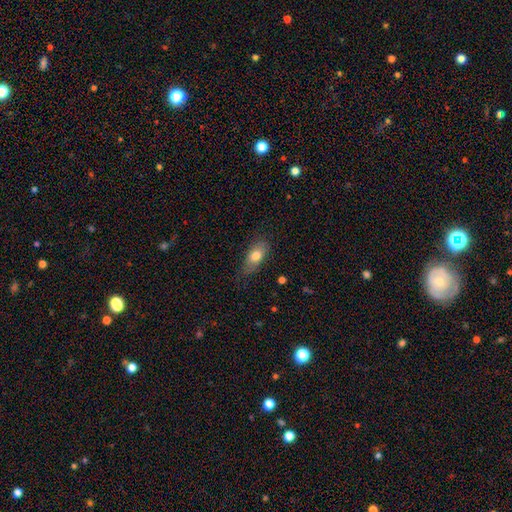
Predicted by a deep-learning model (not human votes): smooth-or-featured: smooth: 77% | featured or disk: 16% | star or artifact: 7%
  how-rounded: in between: 85% | cigar-shaped: 10% | round: 5%
  merging: none: 65% | minor disturbance: 27% | major disturbance: 7% | merger: 1%